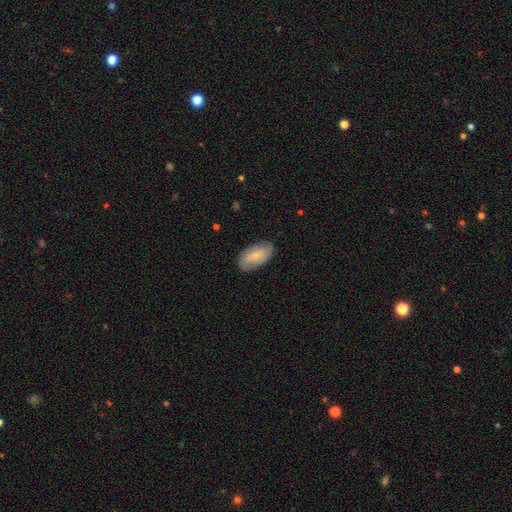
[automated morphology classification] A smooth galaxy with no disk features (62%) that is in between round and cigar-shaped (94%). Merging: none (80%).